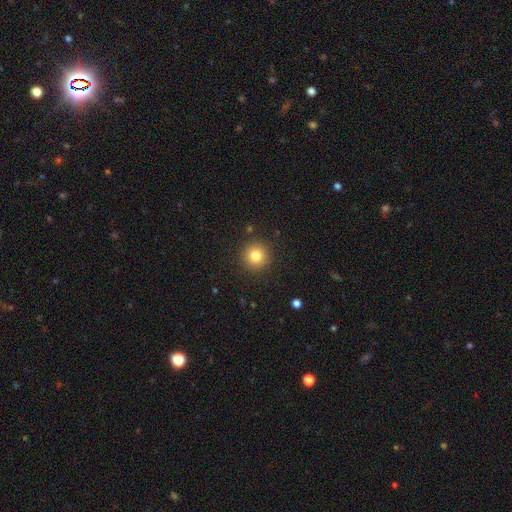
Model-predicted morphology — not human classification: Smooth or featured? Predicted: smooth (p=0.81). How rounded? Predicted: round (p=0.95). Merging? Predicted: none (p=0.91).